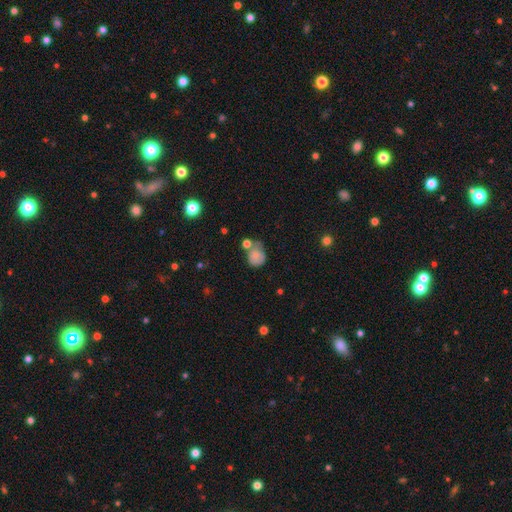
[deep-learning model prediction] This is likely a smooth galaxy (72%). How rounded: possibly round (60%). Merging: marginally none (39%).